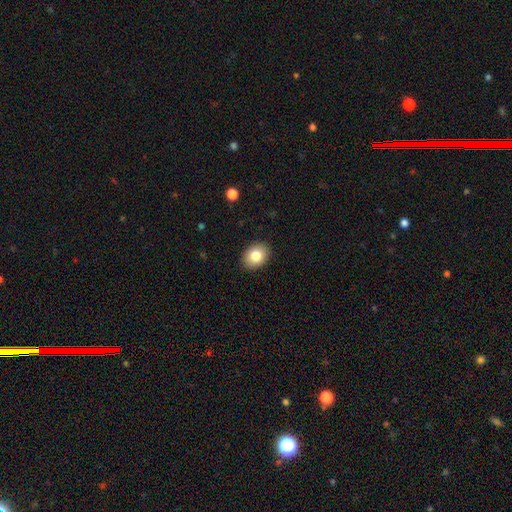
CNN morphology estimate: Q: Smooth or featured?
A: smooth (83%); runner-up: featured or disk (9%)
Q: How rounded?
A: in between (68%); runner-up: round (32%)
Q: Merging?
A: none (89%); runner-up: minor disturbance (8%)